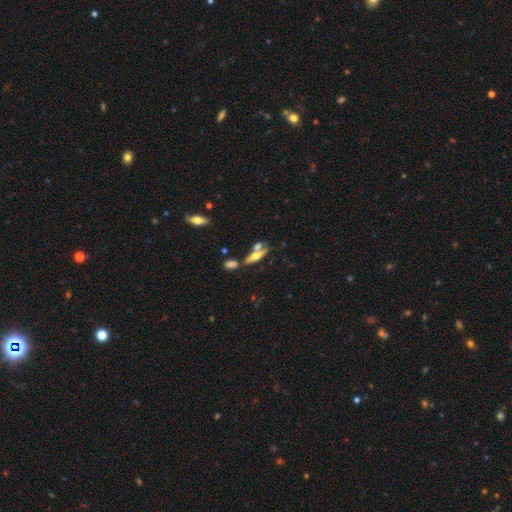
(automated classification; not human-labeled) Q: Smooth or featured?
A: featured or disk (53%); runner-up: smooth (38%)
Q: Edge-on disk?
A: yes (84%); runner-up: no (16%)
Q: Merging?
A: none (50%); runner-up: merger (30%)